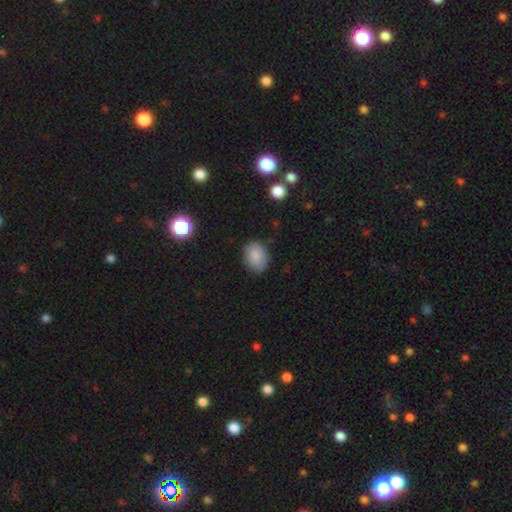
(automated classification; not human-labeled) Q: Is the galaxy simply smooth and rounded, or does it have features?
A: smooth — 87%.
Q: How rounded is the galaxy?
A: in between — 70%.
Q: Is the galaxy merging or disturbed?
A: none — 82%.